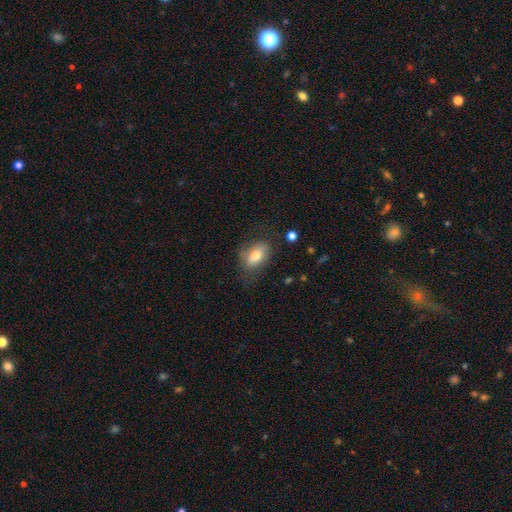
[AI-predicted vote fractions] Overall: smooth (73%). How rounded: in between (87%). Merging: none (68%).